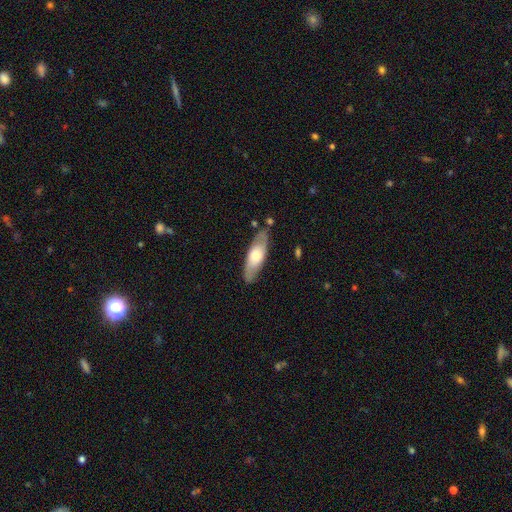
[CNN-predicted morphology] smooth 52%, featured or disk 42%, star or artifact 5%. Down the decision tree: how rounded — in between (59%); merging — none (80%).